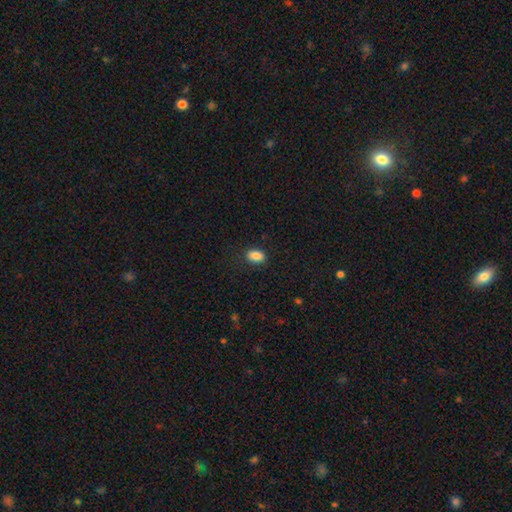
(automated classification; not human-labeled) Smooth or featured? smooth (88%)
How rounded? in between (86%)
Merging? none (85%)